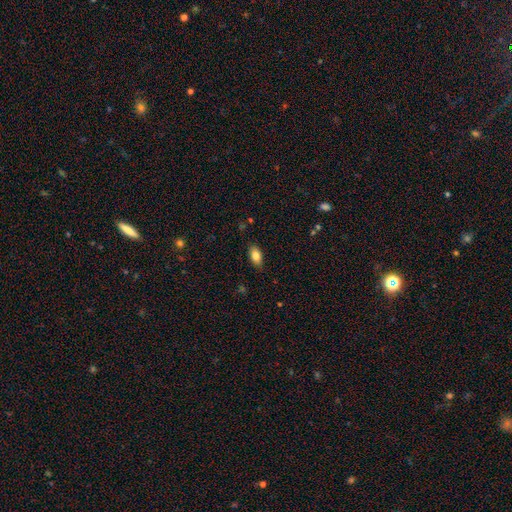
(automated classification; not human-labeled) A smooth galaxy with no disk features (82%) that is in between round and cigar-shaped (90%). Merging: none (86%).